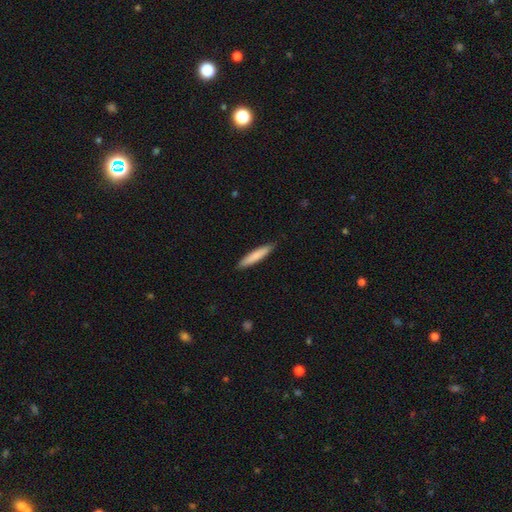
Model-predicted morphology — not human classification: smooth 81%, featured or disk 14%, star or artifact 5%. Down the decision tree: how rounded — cigar-shaped (89%); merging — none (89%).